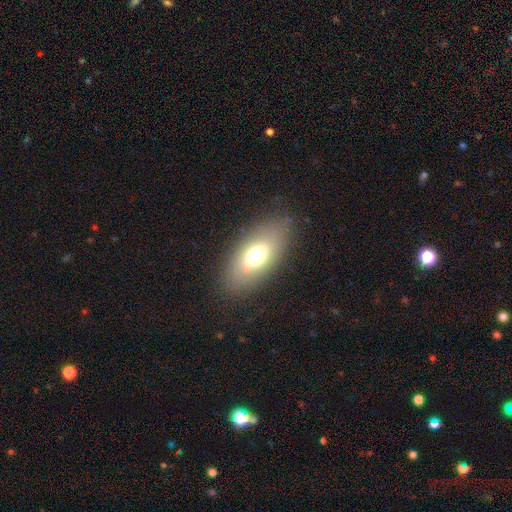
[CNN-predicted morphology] type=smooth (66%); roundness=in between (88%); merging=none (80%).